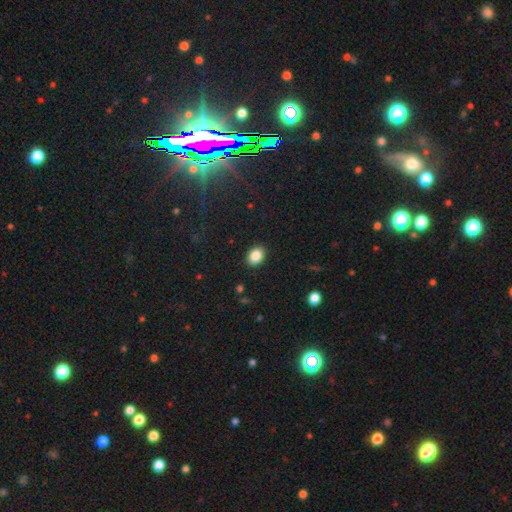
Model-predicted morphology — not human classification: A smooth galaxy with no disk features (87%) that is in between round and cigar-shaped (65%). Merging: none (89%).